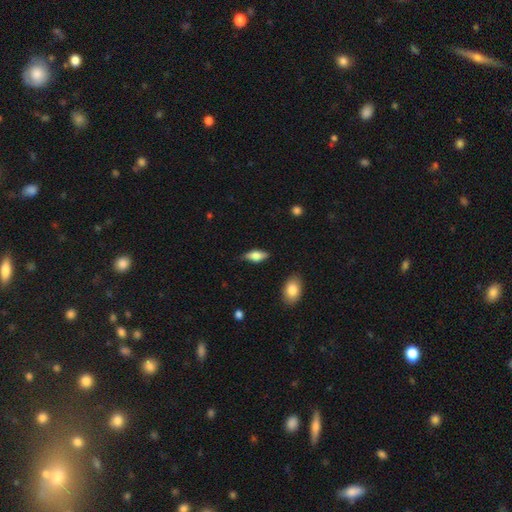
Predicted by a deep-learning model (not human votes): Morphology: type=smooth (62%); roundness=in between (76%); merging=none (76%).